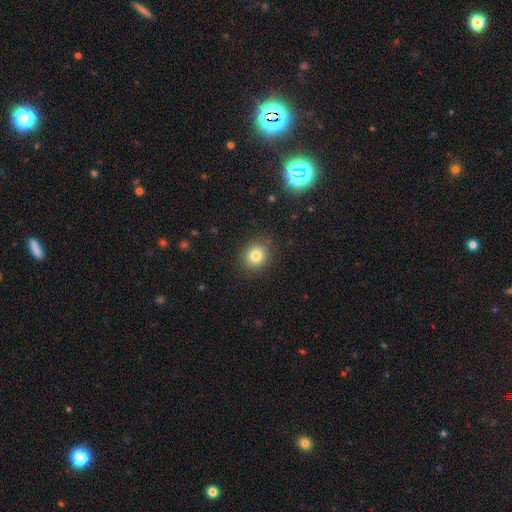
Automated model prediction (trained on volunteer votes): smooth 81%, star or artifact 12%, featured or disk 7%. Down the decision tree: how rounded — round (81%); merging — none (88%).